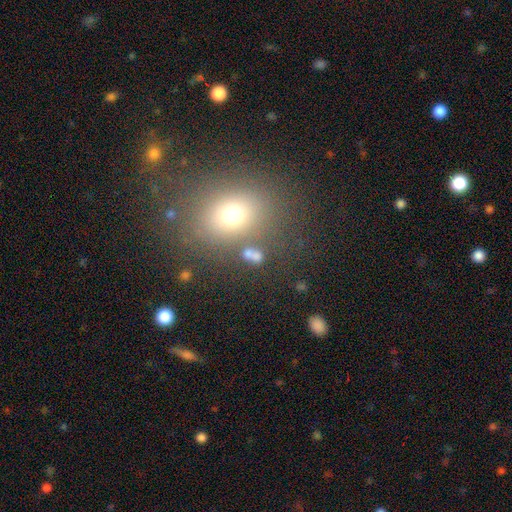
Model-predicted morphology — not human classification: Smooth or featured?
  - smooth: 67% *
  - star or artifact: 21%
  - featured or disk: 12%
How rounded?
  - in between: 57% *
  - round: 40%
  - cigar-shaped: 3%
Merging?
  - none: 57% *
  - merger: 21%
  - minor disturbance: 13%
  - major disturbance: 9%